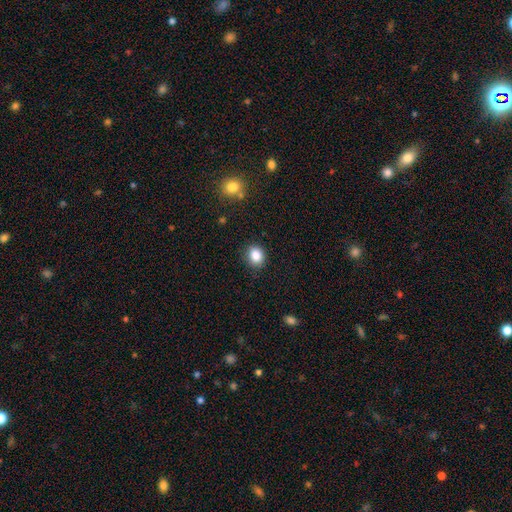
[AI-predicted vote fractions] Q: Smooth or featured?
A: smooth (86%); runner-up: star or artifact (10%)
Q: How rounded?
A: round (62%); runner-up: in between (37%)
Q: Merging?
A: none (86%); runner-up: minor disturbance (10%)